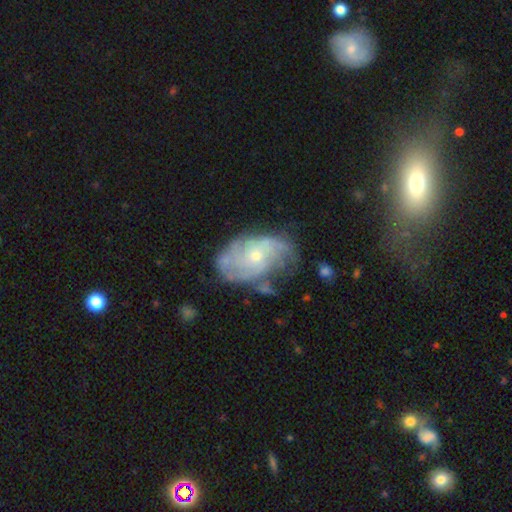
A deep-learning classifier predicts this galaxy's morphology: Smooth or featured? featured or disk (79%)
Edge-on disk? no (96%)
Bar? no (79%)
Spiral arms? yes (85%)
Spiral winding? tight (45%)
Spiral arm count? can't tell (43%)
Bulge size? small (66%)
Merging? none (54%)